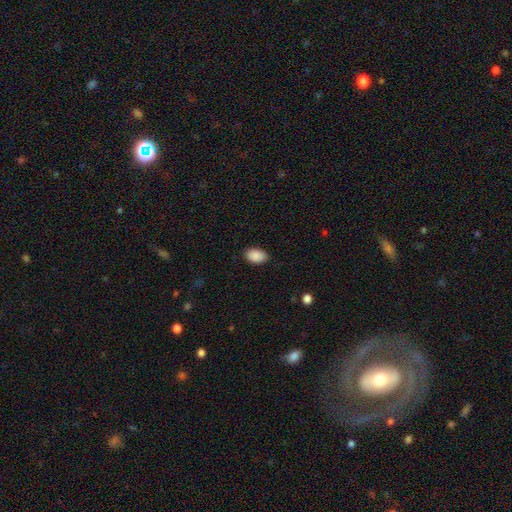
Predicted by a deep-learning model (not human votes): This appears to be a smooth galaxy with no disk features (90%) that is in between round and cigar-shaped (90%). Merging: none (87%).